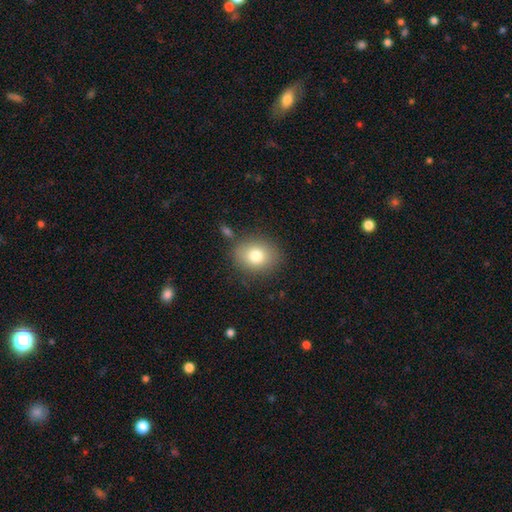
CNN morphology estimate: Overall: smooth (79%). How rounded: round (62%; in between 37%). Merging: none (82%).